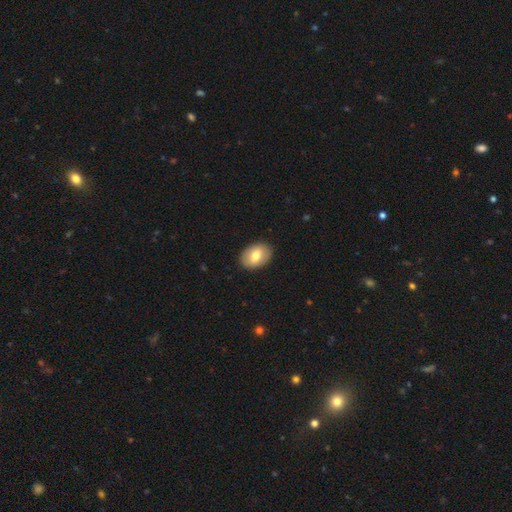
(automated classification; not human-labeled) This is likely a smooth galaxy (72%). How rounded: clearly in between (83%). Merging: clearly none (89%).